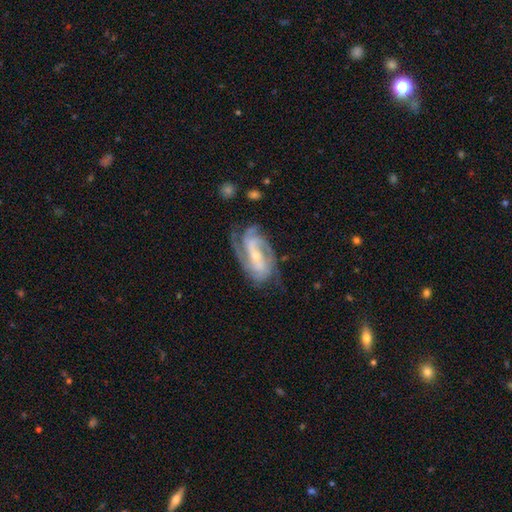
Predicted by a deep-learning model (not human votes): Smooth or featured? featured or disk (90%)
Edge-on disk? no (96%)
Bar? strong (42%)
Spiral arms? yes (97%)
Spiral winding? tight (50%)
Spiral arm count? 2 (40%)
Bulge size? small (63%)
Merging? none (71%)